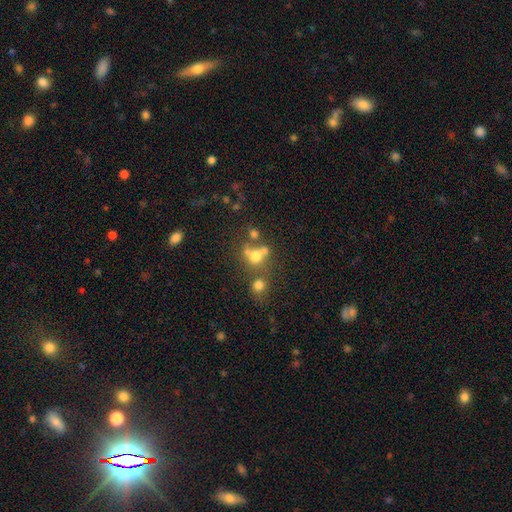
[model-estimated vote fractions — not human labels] The model was most divided on "merging": merger: 43%, none: 39%, minor disturbance: 10%, major disturbance: 8%. More confident: how rounded — round (73%); smooth or featured — smooth (62%).